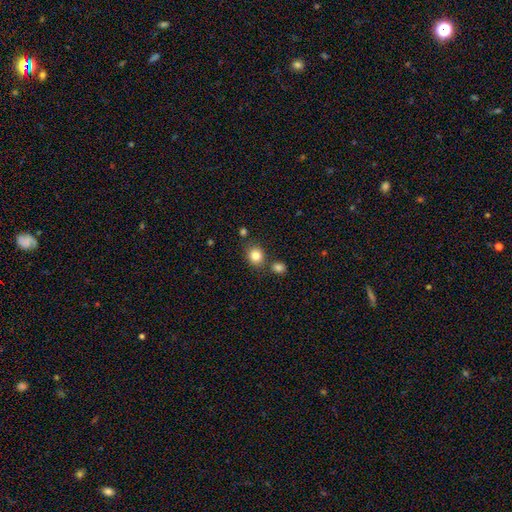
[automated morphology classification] smooth_or_featured: smooth (p=0.83) [alt: star or artifact p=0.11]
how_rounded: round (p=0.76) [alt: in between p=0.23]
merging: none (p=0.76) [alt: merger p=0.11]